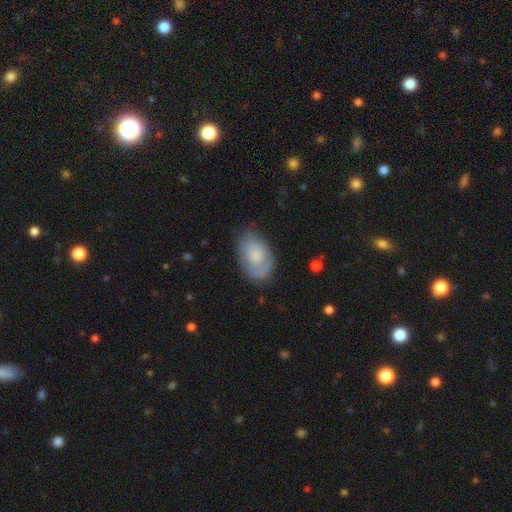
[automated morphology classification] smooth_or_featured: smooth (p=0.60) [alt: featured or disk p=0.33]
how_rounded: in between (p=0.89) [alt: round p=0.10]
merging: none (p=0.67) [alt: minor disturbance p=0.24]